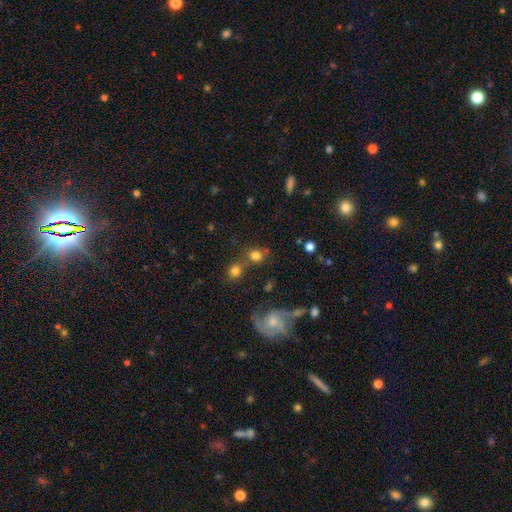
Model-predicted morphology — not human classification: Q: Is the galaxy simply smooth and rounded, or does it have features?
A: smooth — 72%.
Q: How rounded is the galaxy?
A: round — 78%.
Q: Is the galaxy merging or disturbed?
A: none — 58%.